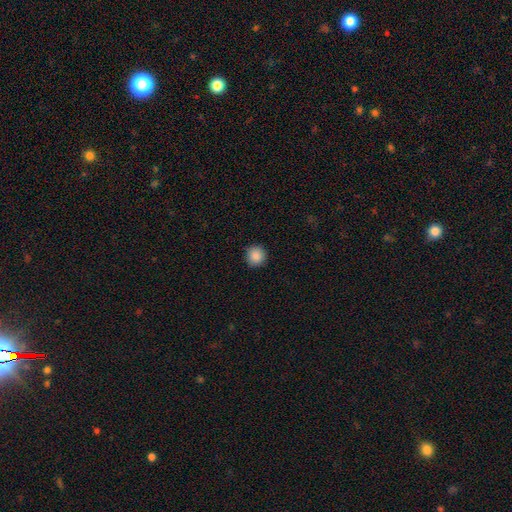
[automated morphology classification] This is clearly a smooth galaxy (88%). How rounded: clearly round (91%). Merging: clearly none (90%).